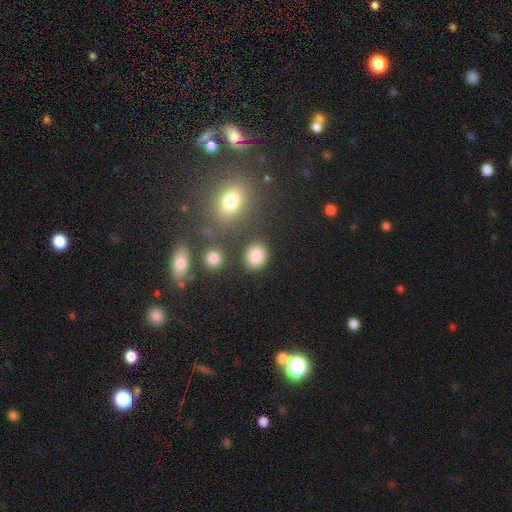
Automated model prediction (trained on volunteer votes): This is clearly a smooth galaxy (84%). How rounded: possibly round (55%). Merging: clearly none (80%).